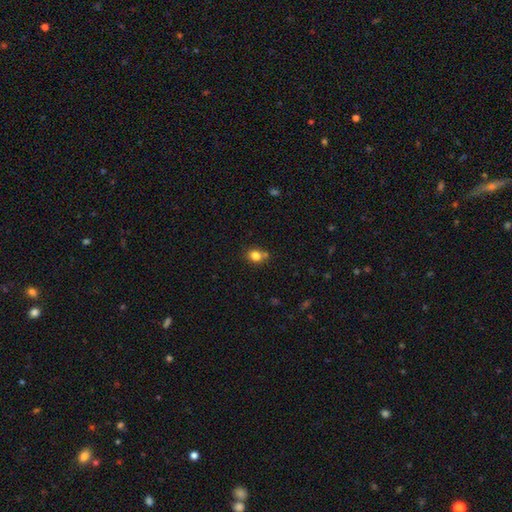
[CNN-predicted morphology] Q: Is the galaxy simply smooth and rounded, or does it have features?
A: smooth — 80%.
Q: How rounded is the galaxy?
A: round — 64%.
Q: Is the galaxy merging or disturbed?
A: none — 62%.